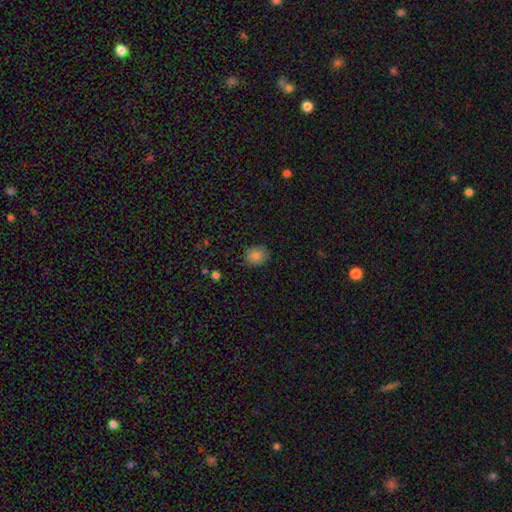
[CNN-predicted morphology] Overall: smooth (84%). How rounded: round (65%; in between 34%). Merging: none (87%).